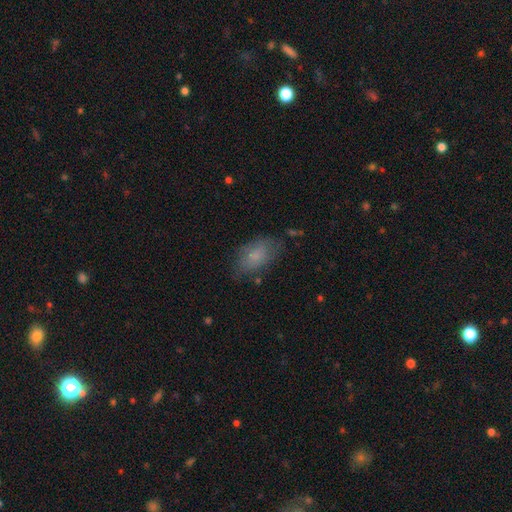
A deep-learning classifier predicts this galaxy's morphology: The model was most divided on "merging": none: 68%, minor disturbance: 22%, major disturbance: 8%, merger: 2%. More confident: how rounded — in between (91%); smooth or featured — smooth (76%).